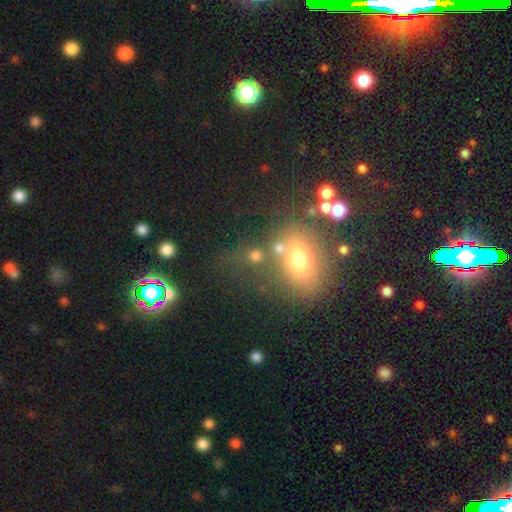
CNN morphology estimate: smooth 64%, star or artifact 23%, featured or disk 13%. Down the decision tree: how rounded — round (75%); merging — none (62%).